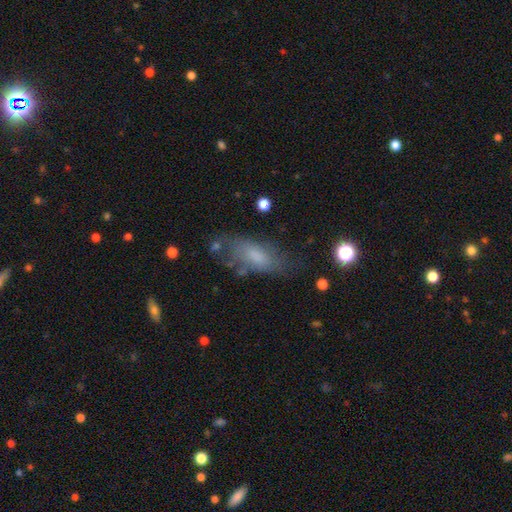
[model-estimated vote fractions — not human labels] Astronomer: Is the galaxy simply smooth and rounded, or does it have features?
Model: smooth — 63%.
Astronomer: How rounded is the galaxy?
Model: in between — 80%.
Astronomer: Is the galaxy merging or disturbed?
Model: none — 61%.